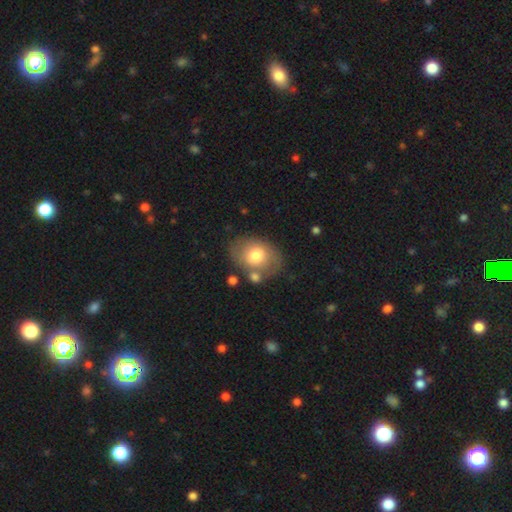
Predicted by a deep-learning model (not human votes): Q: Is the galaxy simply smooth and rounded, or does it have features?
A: smooth — 69%.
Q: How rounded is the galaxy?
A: in between — 68%.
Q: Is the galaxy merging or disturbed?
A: none — 66%.